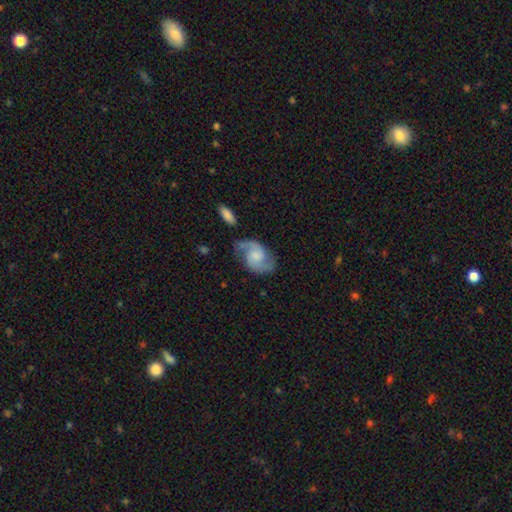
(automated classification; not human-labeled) featured or disk 81%, smooth 13%, star or artifact 6%. Down the decision tree: edge-on disk — no (98%); bar — no (53%); spiral arms — yes (96%); spiral arm count — 2 (92%); spiral winding — medium (52%); bulge size — moderate (34%); merging — none (69%).